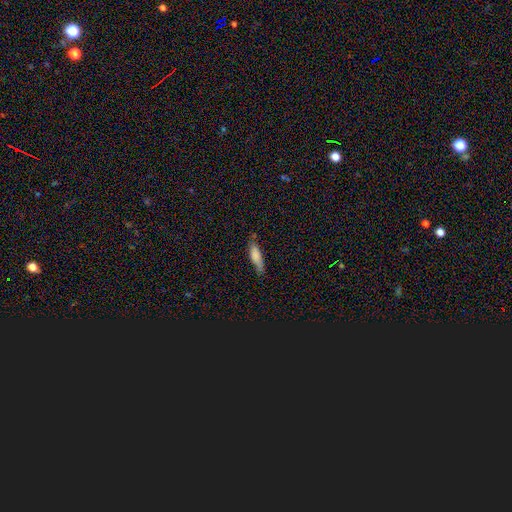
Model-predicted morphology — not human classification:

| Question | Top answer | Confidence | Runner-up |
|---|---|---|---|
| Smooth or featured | smooth | 79% | featured or disk (14%) |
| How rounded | cigar-shaped | 65% | in between (33%) |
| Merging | none | 65% | minor disturbance (27%) |